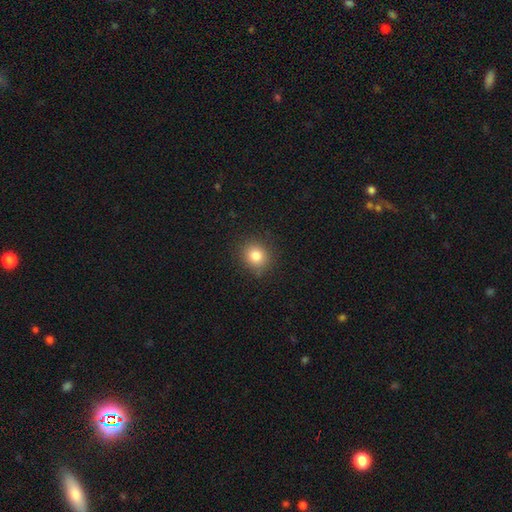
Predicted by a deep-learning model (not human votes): This appears to be a smooth galaxy with no disk features (82%) that is round (83%). Merging: none (88%).